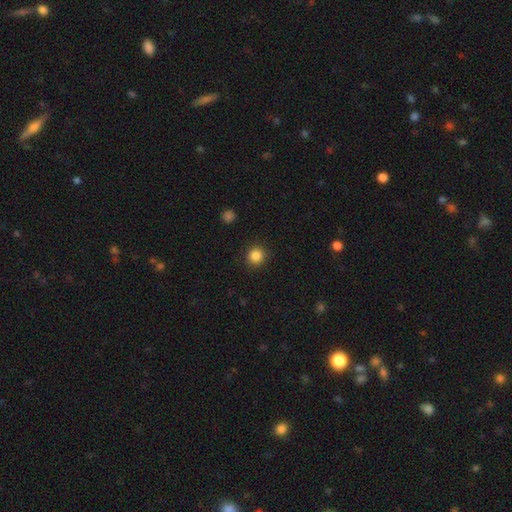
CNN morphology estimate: The model was most divided on "smooth or featured": smooth: 85%, star or artifact: 11%, featured or disk: 4%. More confident: how rounded — round (93%); merging — none (90%).